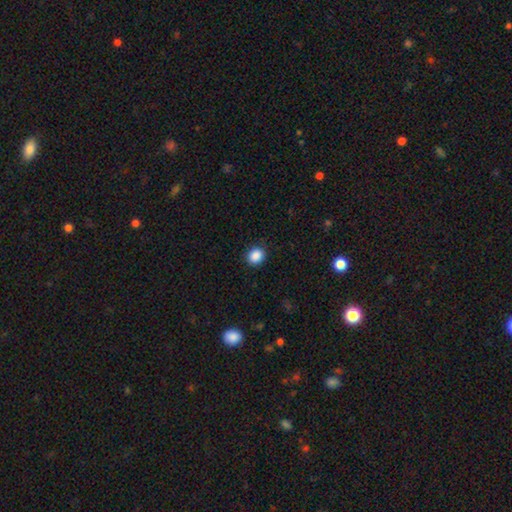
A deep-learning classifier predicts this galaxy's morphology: Smooth or featured?
  - smooth: 88% *
  - star or artifact: 9%
  - featured or disk: 3%
How rounded?
  - round: 75% *
  - in between: 24%
  - cigar-shaped: 1%
Merging?
  - none: 88% *
  - minor disturbance: 8%
  - major disturbance: 2%
  - merger: 1%